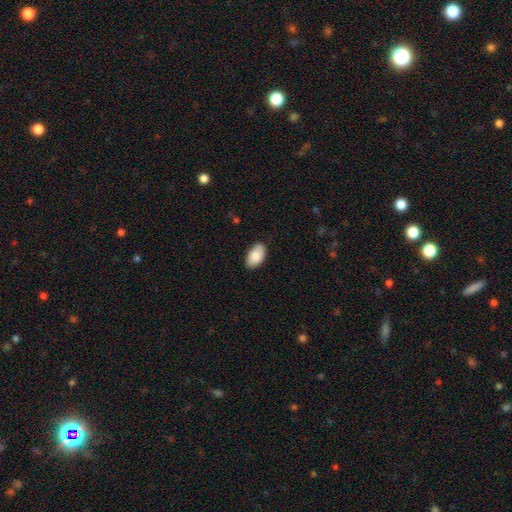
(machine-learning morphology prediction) smooth 87%, featured or disk 7%, star or artifact 6%. Down the decision tree: how rounded — in between (95%); merging — none (81%).